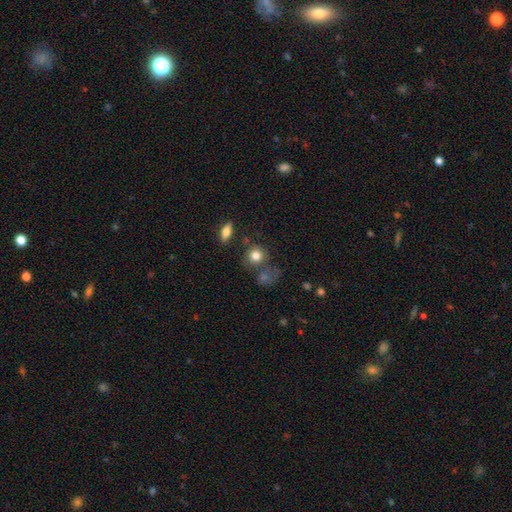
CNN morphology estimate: smooth_or_featured: smooth (p=0.80) [alt: star or artifact p=0.11]
how_rounded: round (p=0.81) [alt: in between p=0.17]
merging: none (p=0.58) [alt: merger p=0.19]